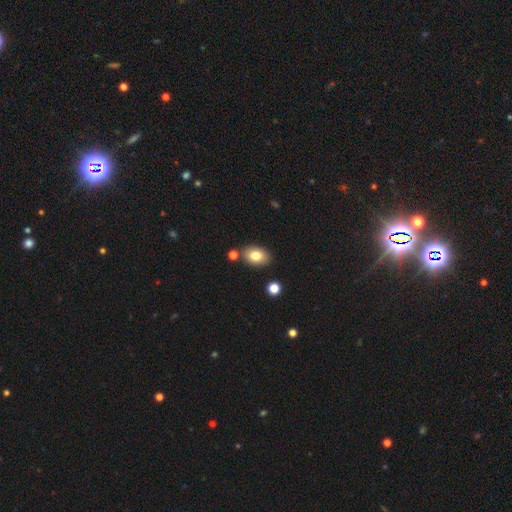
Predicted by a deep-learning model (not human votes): Smooth or featured?
  - smooth: 82% *
  - featured or disk: 10%
  - star or artifact: 9%
How rounded?
  - in between: 83% *
  - round: 16%
  - cigar-shaped: 1%
Merging?
  - none: 81% *
  - minor disturbance: 10%
  - merger: 6%
  - major disturbance: 2%